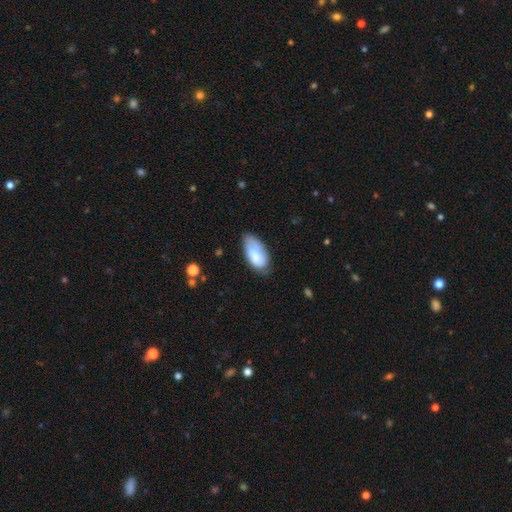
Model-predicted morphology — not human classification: A smooth galaxy with no disk features (74%) that is in between round and cigar-shaped (92%).

Vote fractions:
- Smooth or featured? smooth: 74% / featured or disk: 20% / star or artifact: 7%
- How rounded? in between: 92% / cigar-shaped: 5% / round: 2%
- Merging? none: 49% / minor disturbance: 36% / major disturbance: 11% / merger: 4%